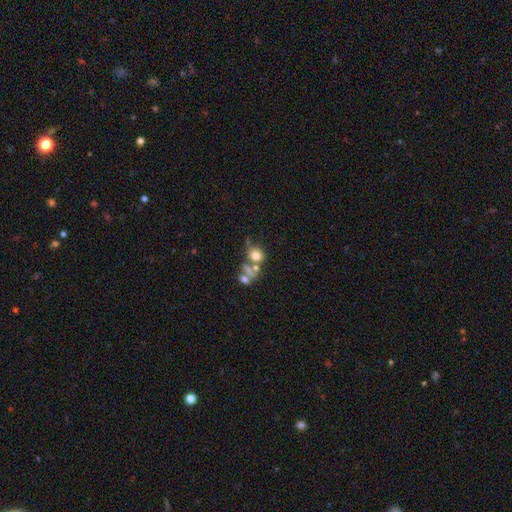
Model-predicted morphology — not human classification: smooth_or_featured: smooth (p=0.70) [alt: featured or disk p=0.16]
how_rounded: round (p=0.74) [alt: in between p=0.25]
merging: none (p=0.40) [alt: merger p=0.37]